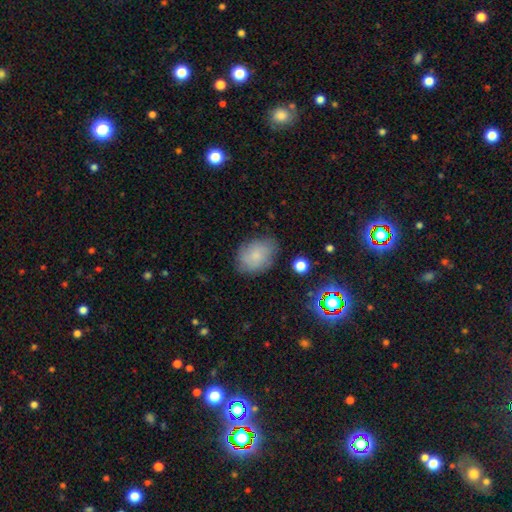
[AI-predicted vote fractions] Morphology: type=smooth (74%); roundness=in between (70%); merging=none (73%).